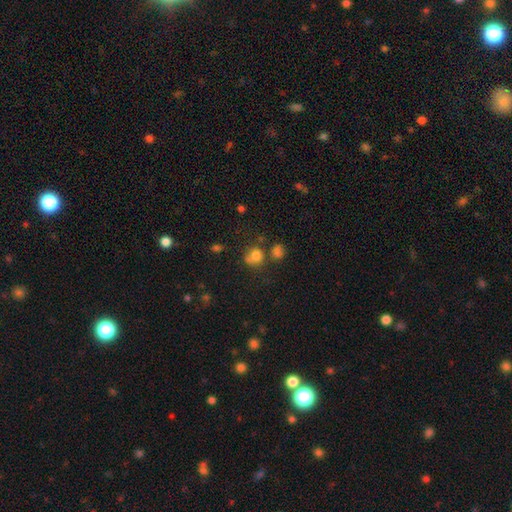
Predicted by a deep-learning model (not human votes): This appears to be a smooth galaxy with no disk features (76%) that is round (78%). Merging: none (51%).